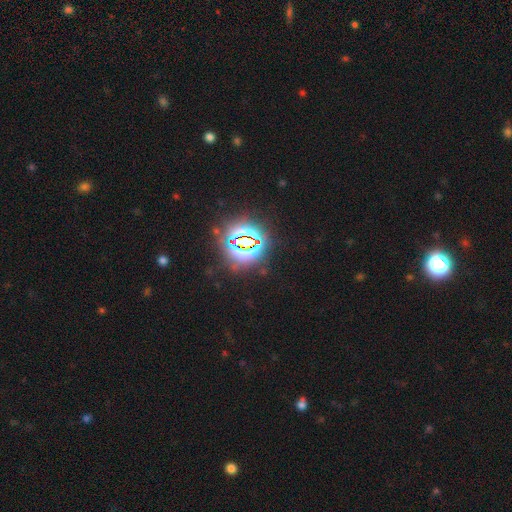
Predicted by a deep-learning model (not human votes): smooth_or_featured: star or artifact (p=0.83) [alt: smooth p=0.11]